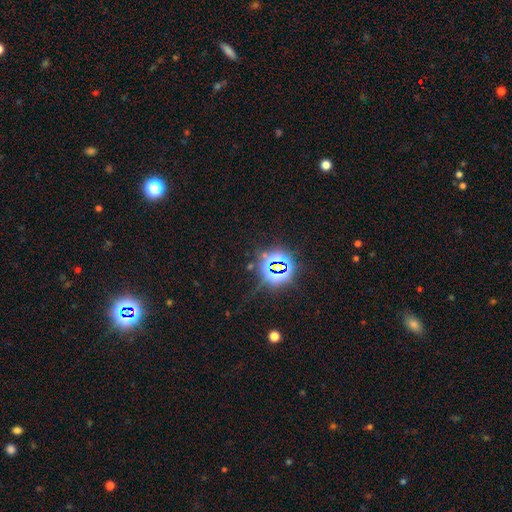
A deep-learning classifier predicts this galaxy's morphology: A star or artifact, not a galaxy (81%).